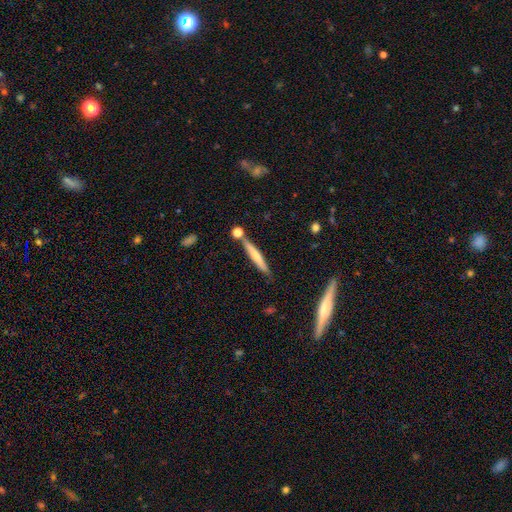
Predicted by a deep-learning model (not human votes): smooth-or-featured: smooth: 57% | featured or disk: 37% | star or artifact: 6%
  how-rounded: cigar-shaped: 94% | in between: 4% | round: 1%
  merging: none: 75% | minor disturbance: 12% | merger: 10% | major disturbance: 3%